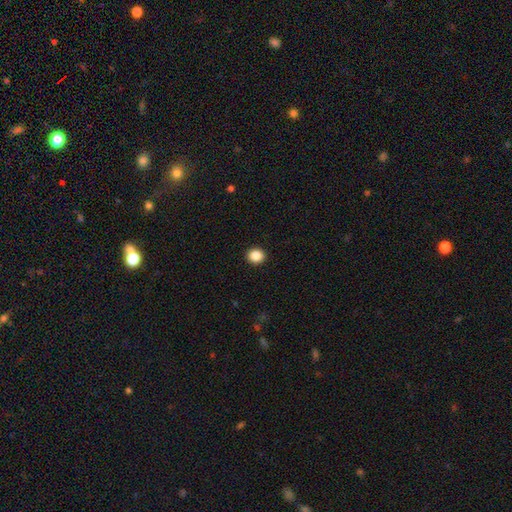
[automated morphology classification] Q: Smooth or featured?
A: smooth (87%); runner-up: star or artifact (10%)
Q: How rounded?
A: round (77%); runner-up: in between (22%)
Q: Merging?
A: none (93%); runner-up: minor disturbance (5%)